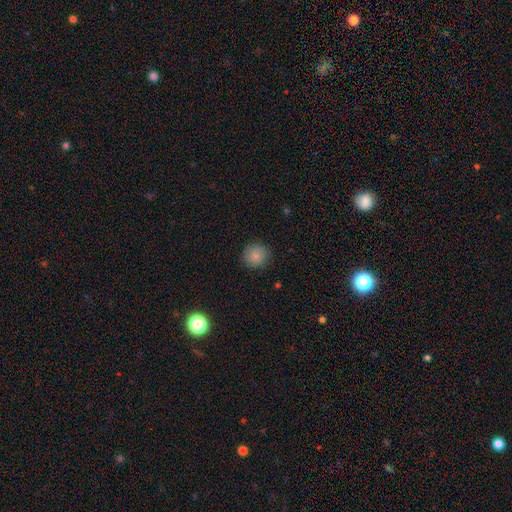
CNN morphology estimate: Smooth or featured? Predicted: smooth (p=0.83). How rounded? Predicted: round (p=0.89). Merging? Predicted: none (p=0.87).